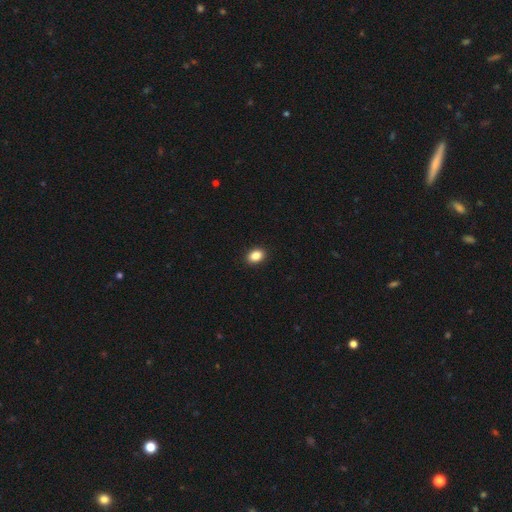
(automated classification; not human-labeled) This is clearly a smooth galaxy (88%). How rounded: likely in between (77%). Merging: clearly none (91%).